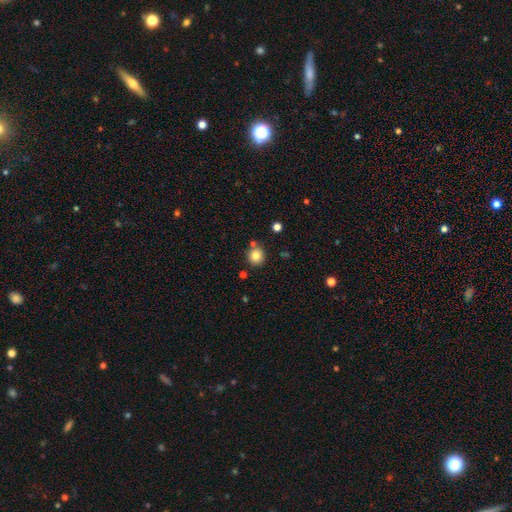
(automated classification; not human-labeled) A smooth galaxy with no disk features (80%) that is round (92%).

Vote fractions:
- Smooth or featured? smooth: 80% / star or artifact: 11% / featured or disk: 8%
- How rounded? round: 92% / in between: 8% / cigar-shaped: 1%
- Merging? none: 80% / merger: 9% / minor disturbance: 9% / major disturbance: 2%